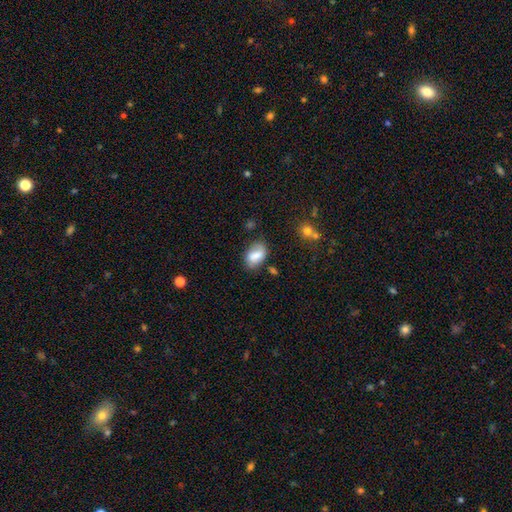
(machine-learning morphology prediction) smooth-or-featured: smooth: 75% | featured or disk: 17% | star or artifact: 8%
  how-rounded: in between: 88% | round: 10% | cigar-shaped: 2%
  merging: none: 64% | minor disturbance: 25% | major disturbance: 7% | merger: 5%